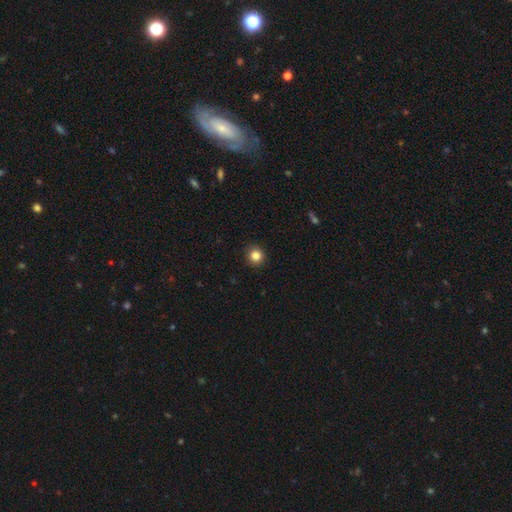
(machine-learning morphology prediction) Smooth or featured?
  - smooth: 84% *
  - star or artifact: 11%
  - featured or disk: 5%
How rounded?
  - round: 92% *
  - in between: 7%
  - cigar-shaped: 1%
Merging?
  - none: 92% *
  - minor disturbance: 5%
  - major disturbance: 2%
  - merger: 1%